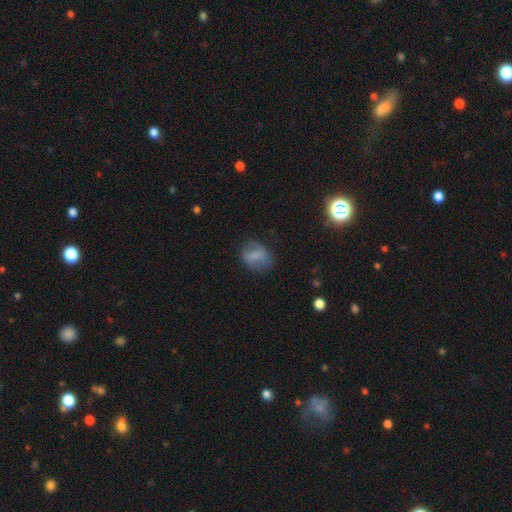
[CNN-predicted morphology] Smooth or featured?
  - smooth: 69% *
  - featured or disk: 20%
  - star or artifact: 11%
How rounded?
  - in between: 57% *
  - round: 42%
  - cigar-shaped: 2%
Merging?
  - none: 65% *
  - minor disturbance: 23%
  - major disturbance: 11%
  - merger: 2%